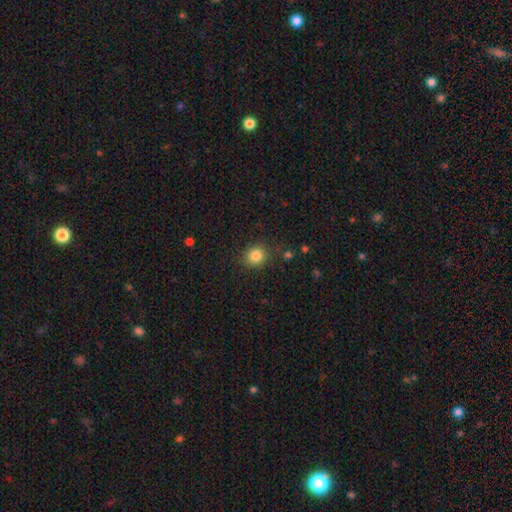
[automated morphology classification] Smooth or featured? smooth (83%)
How rounded? round (81%)
Merging? none (85%)